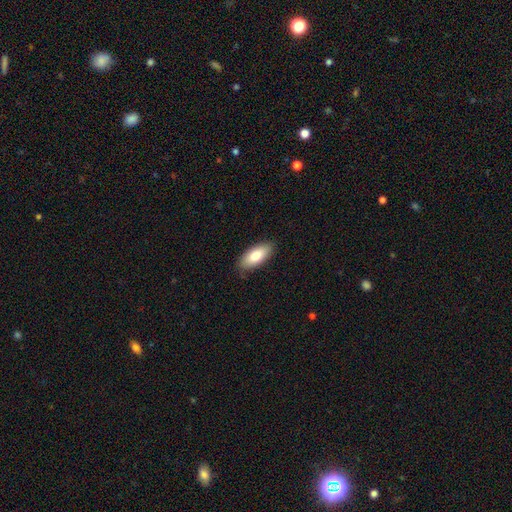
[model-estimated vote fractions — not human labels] The model was most divided on "smooth or featured": smooth: 82%, featured or disk: 12%, star or artifact: 6%. More confident: merging — none (86%); how rounded — in between (85%).